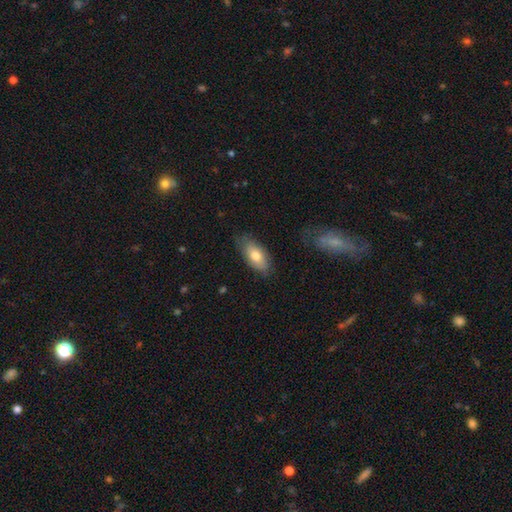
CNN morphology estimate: Smooth or featured? Predicted: smooth (p=0.74). How rounded? Predicted: in between (p=0.88). Merging? Predicted: none (p=0.78).